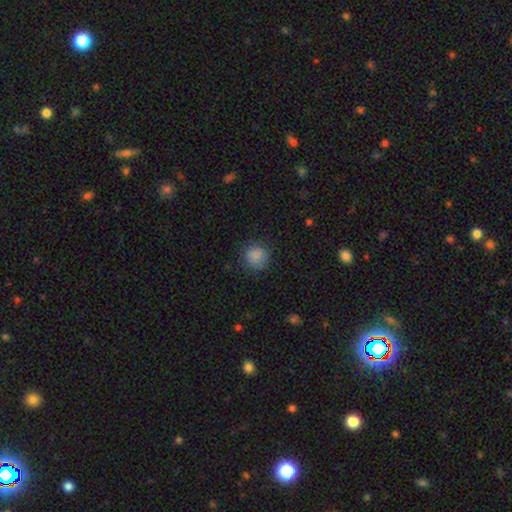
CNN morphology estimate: Smooth or featured? Predicted: smooth (p=0.86). How rounded? Predicted: round (p=0.90). Merging? Predicted: none (p=0.83).